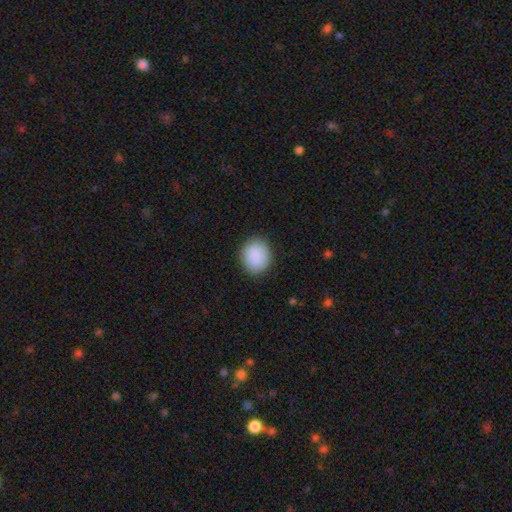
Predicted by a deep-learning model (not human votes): Overall: smooth (89%). How rounded: round (70%). Merging: none (87%).